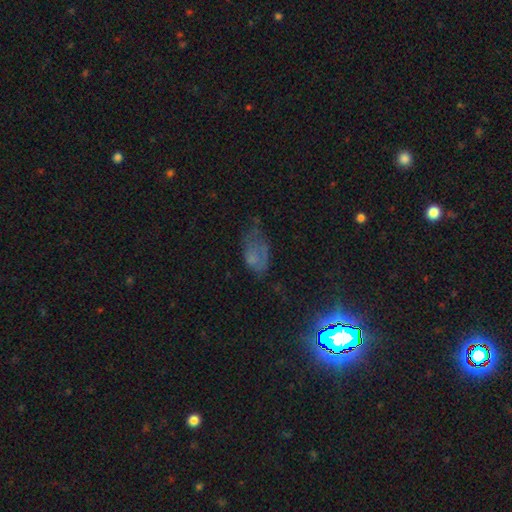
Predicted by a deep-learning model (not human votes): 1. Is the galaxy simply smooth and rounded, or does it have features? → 46% smooth, 29% featured or disk, 25% star or artifact.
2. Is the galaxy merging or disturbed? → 35% none, 31% major disturbance, 30% minor disturbance, 4% merger.